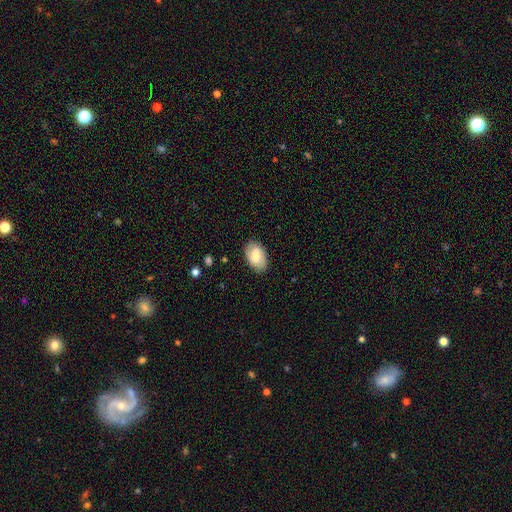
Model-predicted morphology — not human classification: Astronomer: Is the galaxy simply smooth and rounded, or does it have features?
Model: smooth — 70%.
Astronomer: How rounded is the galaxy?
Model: in between — 92%.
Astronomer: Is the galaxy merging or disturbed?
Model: none — 84%.